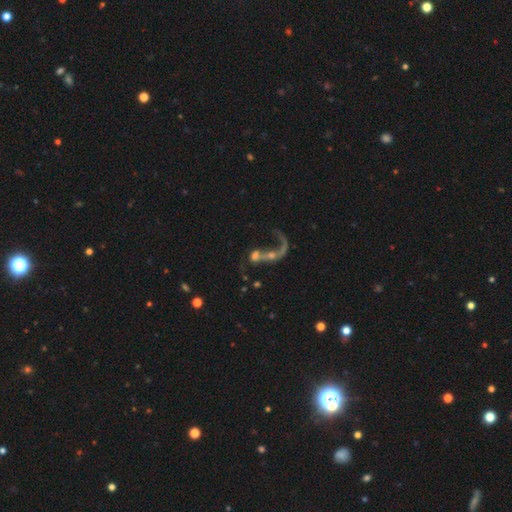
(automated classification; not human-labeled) This appears to be a featured or disk galaxy (58%) with no bar (73%), spiral arms (51%) and a small central bulge (33%). Merging: merger (52%).